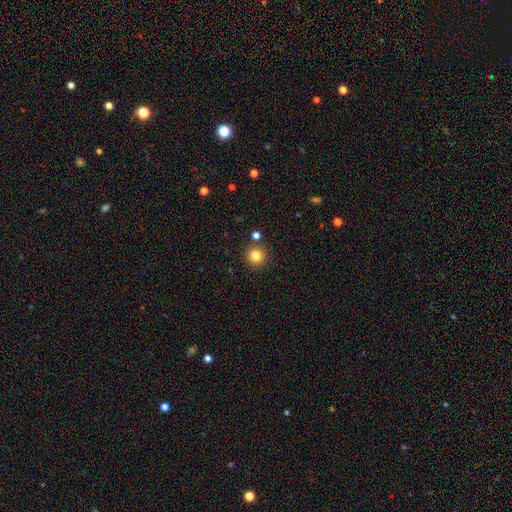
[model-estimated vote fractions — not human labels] Smooth or featured?
  - smooth: 83% *
  - star or artifact: 12%
  - featured or disk: 6%
How rounded?
  - round: 95% *
  - in between: 4%
  - cigar-shaped: 1%
Merging?
  - none: 87% *
  - minor disturbance: 6%
  - merger: 5%
  - major disturbance: 2%